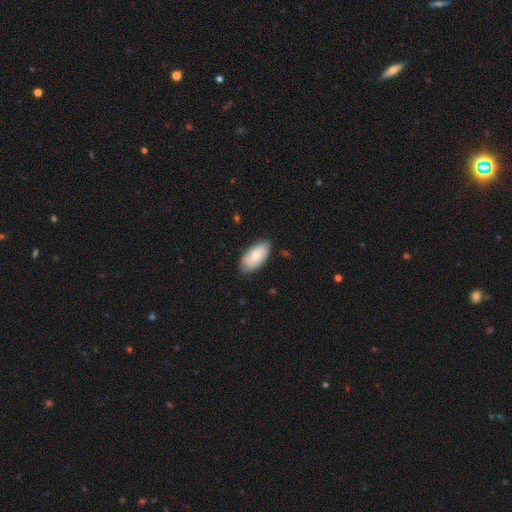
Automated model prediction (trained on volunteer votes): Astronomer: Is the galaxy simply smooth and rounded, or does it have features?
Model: smooth — 74%.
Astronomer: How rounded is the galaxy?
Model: in between — 94%.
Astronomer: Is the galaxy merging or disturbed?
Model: none — 79%.